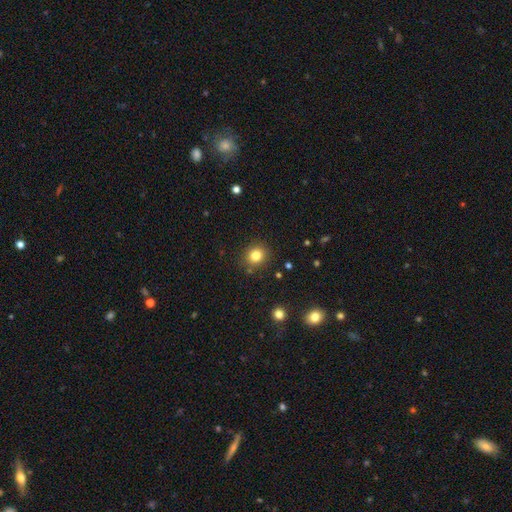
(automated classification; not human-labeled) smooth-or-featured: smooth: 81% | star or artifact: 13% | featured or disk: 6%
  how-rounded: round: 83% | in between: 16% | cigar-shaped: 1%
  merging: none: 88% | minor disturbance: 8% | major disturbance: 2% | merger: 2%